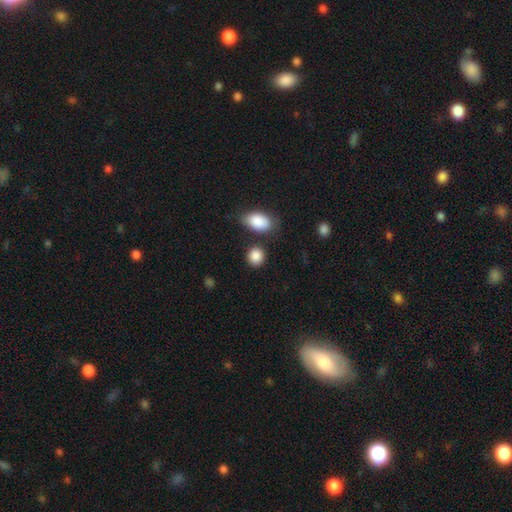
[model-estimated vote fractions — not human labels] smooth-or-featured: smooth: 88% | star or artifact: 8% | featured or disk: 4%
  how-rounded: round: 73% | in between: 26% | cigar-shaped: 1%
  merging: none: 78% | minor disturbance: 11% | merger: 8% | major disturbance: 3%